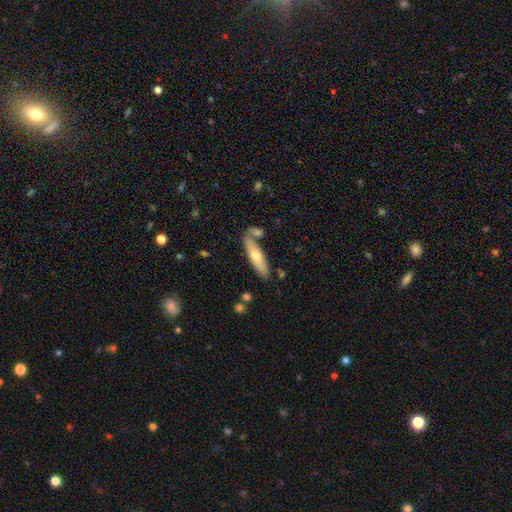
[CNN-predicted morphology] The model was most divided on "smooth or featured": smooth: 56%, featured or disk: 38%, star or artifact: 6%. More confident: merging — none (69%); how rounded — cigar-shaped (66%).